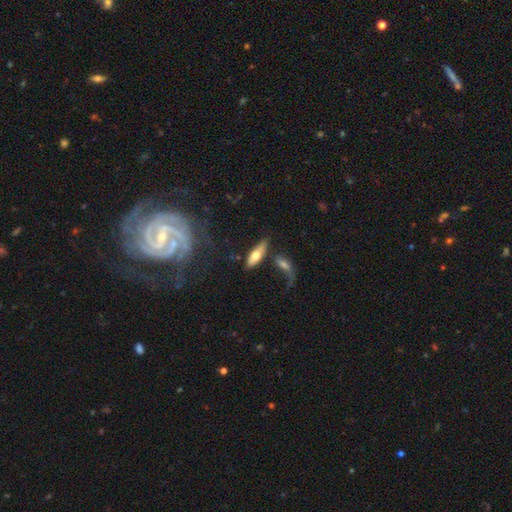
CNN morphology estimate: A smooth galaxy with no disk features (57%) that is in between round and cigar-shaped (60%).

Vote fractions:
- Smooth or featured? smooth: 57% / featured or disk: 36% / star or artifact: 7%
- How rounded? in between: 60% / cigar-shaped: 37% / round: 3%
- Merging? none: 57% / minor disturbance: 18% / merger: 14% / major disturbance: 10%